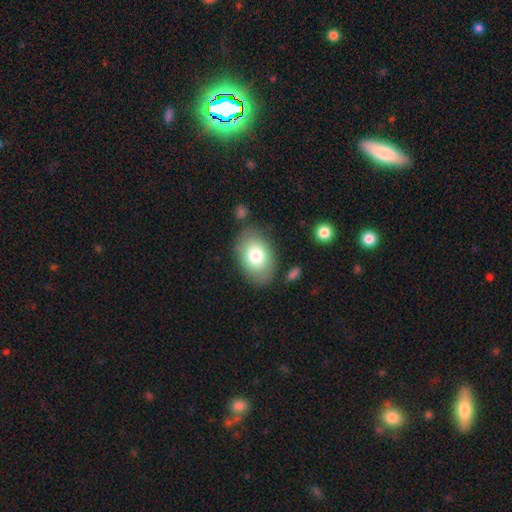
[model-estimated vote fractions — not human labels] This appears to be a smooth galaxy with no disk features (77%) that is in between round and cigar-shaped (82%). Merging: none (79%).